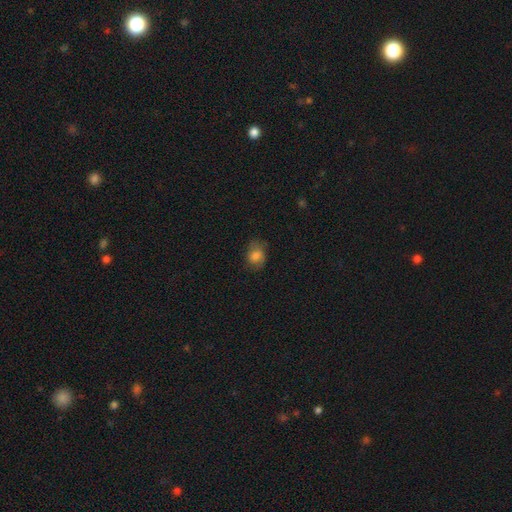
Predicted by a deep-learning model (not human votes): A smooth galaxy with no disk features (76%) that is in between round and cigar-shaped (57%). Merging: none (66%).